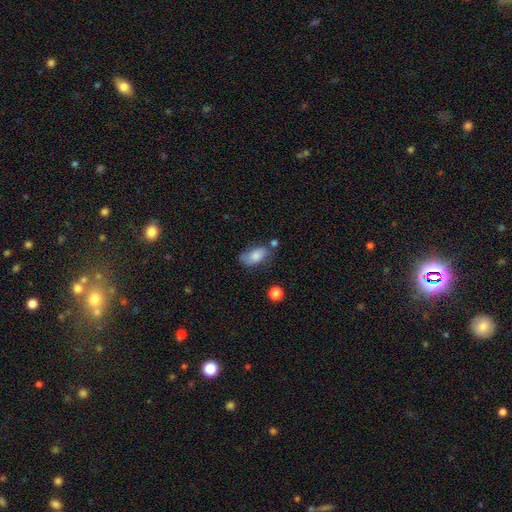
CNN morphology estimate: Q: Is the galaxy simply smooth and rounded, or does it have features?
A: smooth — 76%.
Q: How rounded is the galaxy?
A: in between — 91%.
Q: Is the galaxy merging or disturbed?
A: none — 52%.